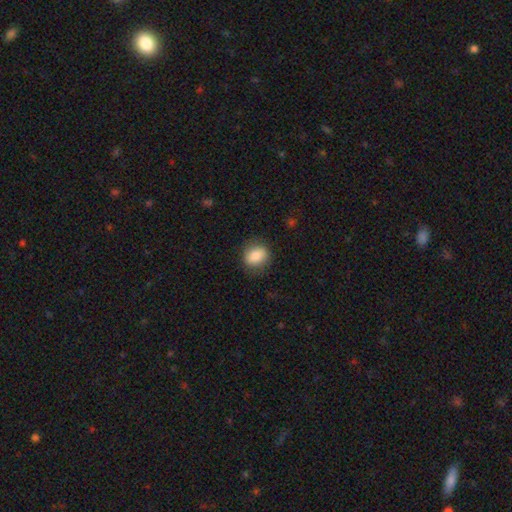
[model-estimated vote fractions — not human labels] A smooth galaxy with no disk features (84%) that is round (62%). Merging: none (83%).